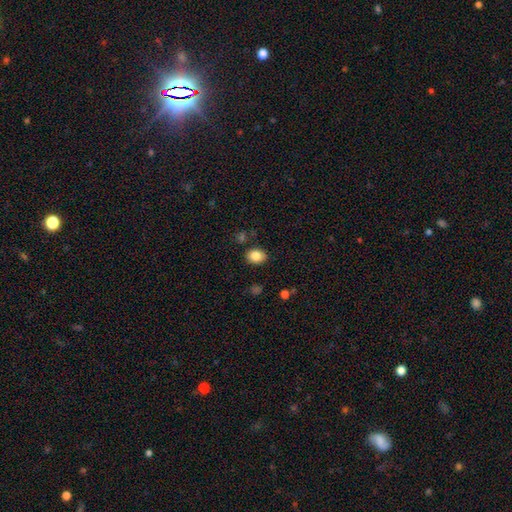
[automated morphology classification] A smooth galaxy with no disk features (85%) that is in between round and cigar-shaped (59%). Merging: none (85%).